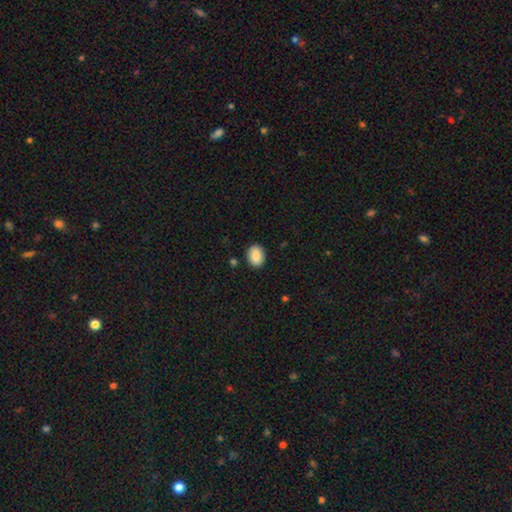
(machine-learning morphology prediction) The model was most divided on "how rounded": in between: 57%, round: 42%, cigar-shaped: 1%. More confident: merging — none (88%); smooth or featured — smooth (86%).